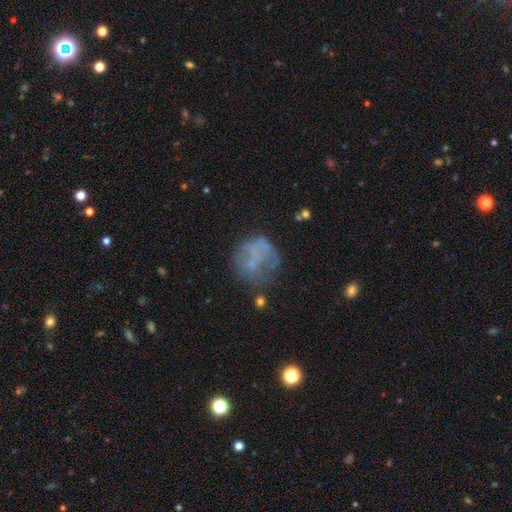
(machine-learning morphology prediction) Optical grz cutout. It shows a smooth galaxy with no disk features (44%). Merging: none (48%).